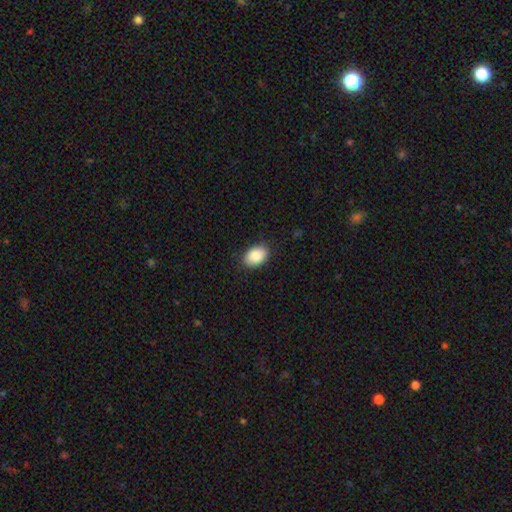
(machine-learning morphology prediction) The model was most divided on "how rounded": in between: 86%, round: 13%, cigar-shaped: 1%. More confident: smooth or featured — smooth (88%); merging — none (86%).